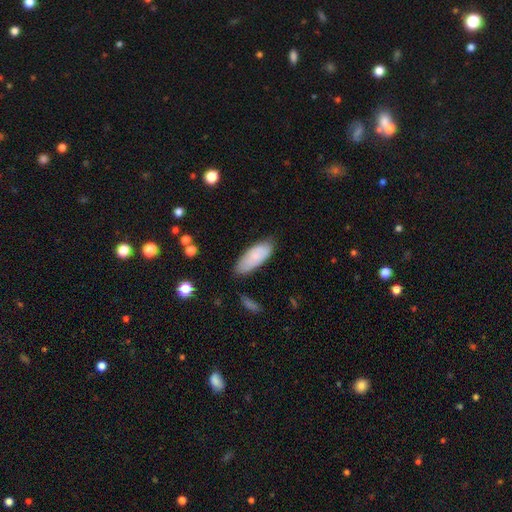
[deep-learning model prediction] Smooth or featured: smooth — 83% (featured or disk — 11%)
How rounded: in between — 81% (cigar-shaped — 18%)
Merging: none — 76% (minor disturbance — 18%)